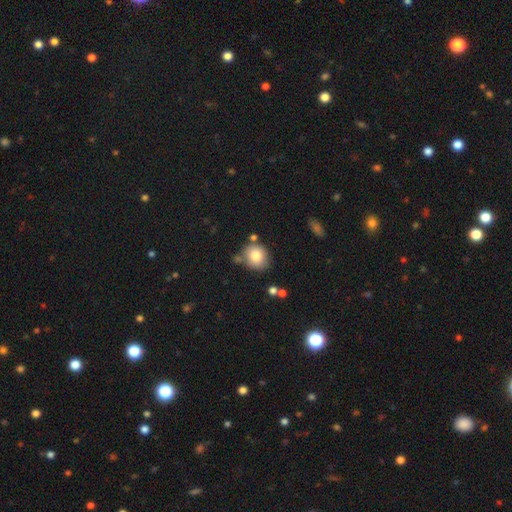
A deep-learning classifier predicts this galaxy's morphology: smooth_or_featured: smooth (p=0.81) [alt: featured or disk p=0.10]
how_rounded: round (p=0.78) [alt: in between p=0.21]
merging: none (p=0.71) [alt: minor disturbance p=0.15]